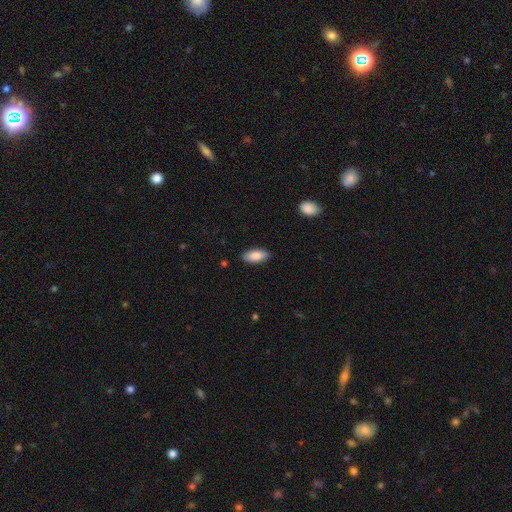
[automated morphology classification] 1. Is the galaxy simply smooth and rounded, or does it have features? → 85% smooth, 8% featured or disk, 6% star or artifact.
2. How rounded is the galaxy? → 88% in between, 10% cigar-shaped, 2% round.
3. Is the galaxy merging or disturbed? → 88% none, 9% minor disturbance, 2% major disturbance, 1% merger.